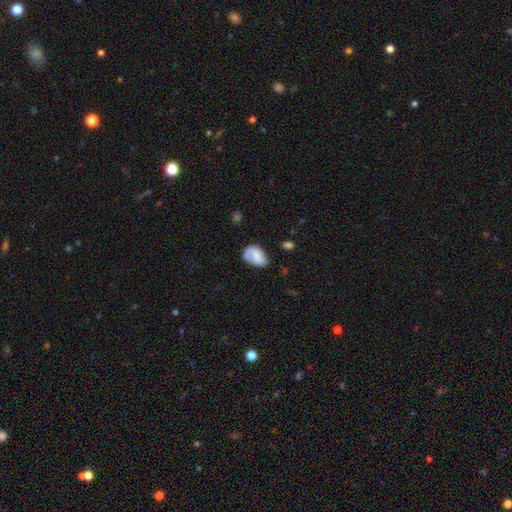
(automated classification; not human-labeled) smooth_or_featured: smooth (p=0.50) [alt: featured or disk p=0.43]
how_rounded: in between (p=0.81) [alt: round p=0.18]
merging: none (p=0.52) [alt: minor disturbance p=0.31]